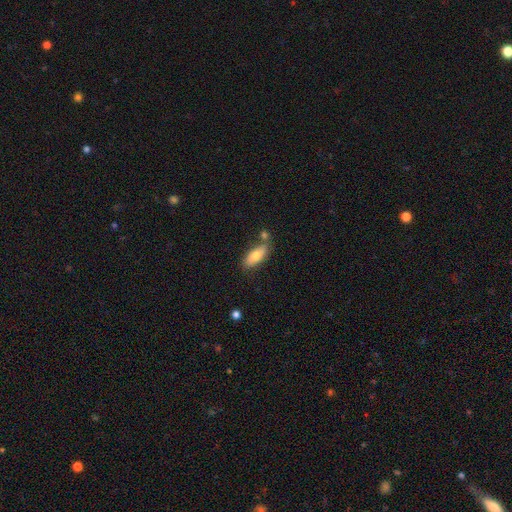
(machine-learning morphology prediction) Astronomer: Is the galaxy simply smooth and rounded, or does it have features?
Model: smooth — 73%.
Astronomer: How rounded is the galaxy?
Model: in between — 79%.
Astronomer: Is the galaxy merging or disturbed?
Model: none — 69%.